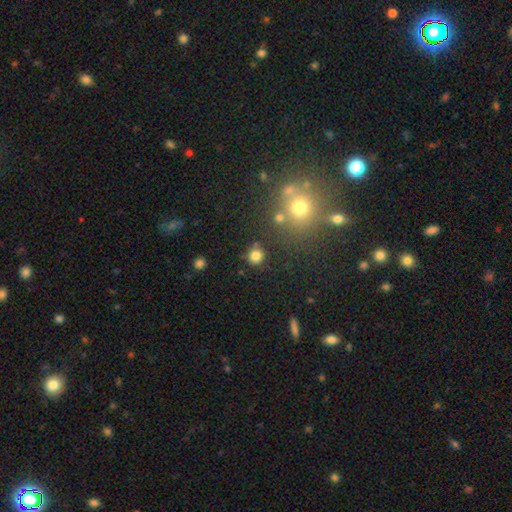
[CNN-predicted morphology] smooth 81%, star or artifact 14%, featured or disk 5%. Down the decision tree: how rounded — round (90%); merging — none (83%).